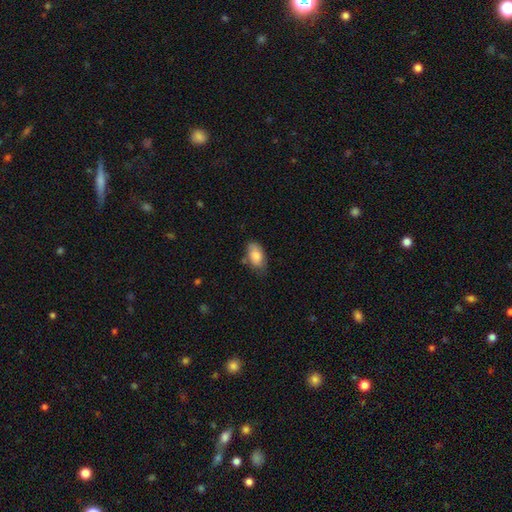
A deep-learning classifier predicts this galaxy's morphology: Smooth or featured? Predicted: smooth (p=0.83). How rounded? Predicted: in between (p=0.92). Merging? Predicted: none (p=0.60).